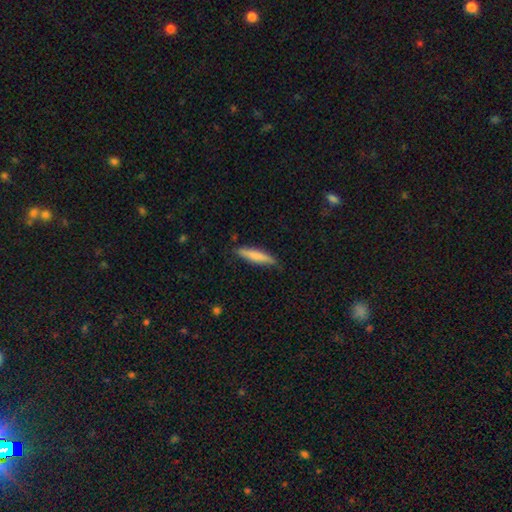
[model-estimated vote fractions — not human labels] Overall: smooth (75%). How rounded: cigar-shaped (87%). Merging: none (82%).